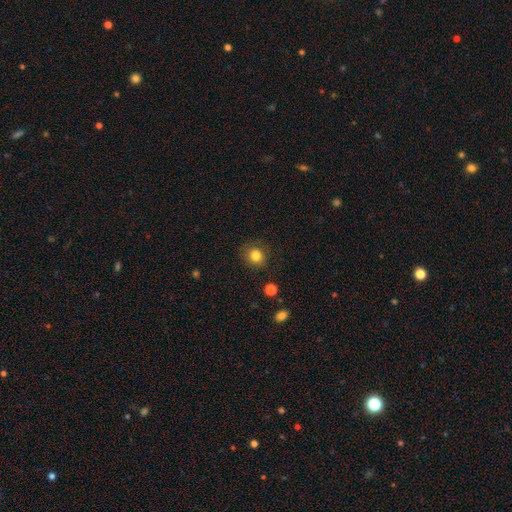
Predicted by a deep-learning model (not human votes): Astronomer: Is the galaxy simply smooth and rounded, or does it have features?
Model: smooth — 83%.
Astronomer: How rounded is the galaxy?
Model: round — 85%.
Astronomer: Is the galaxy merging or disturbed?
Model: none — 87%.